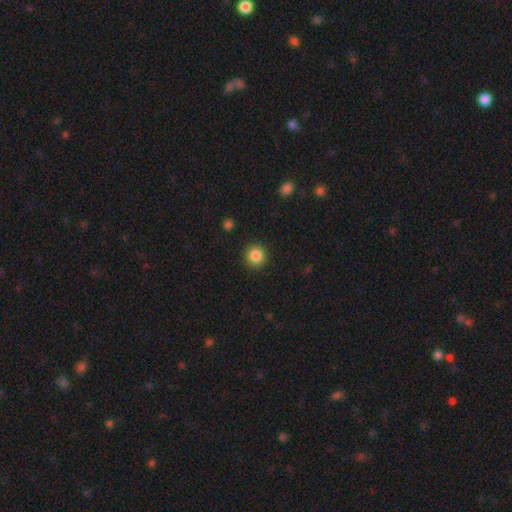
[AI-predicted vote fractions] Smooth or featured?
  - smooth: 86% *
  - star or artifact: 10%
  - featured or disk: 4%
How rounded?
  - round: 94% *
  - in between: 5%
  - cigar-shaped: 1%
Merging?
  - none: 91% *
  - minor disturbance: 6%
  - major disturbance: 2%
  - merger: 1%